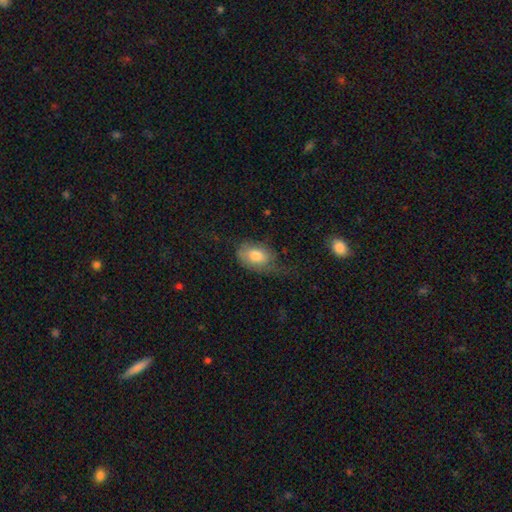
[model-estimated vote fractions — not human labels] Smooth or featured? Predicted: smooth (p=0.70). How rounded? Predicted: in between (p=0.87). Merging? Predicted: major disturbance (p=0.34, tied with none).